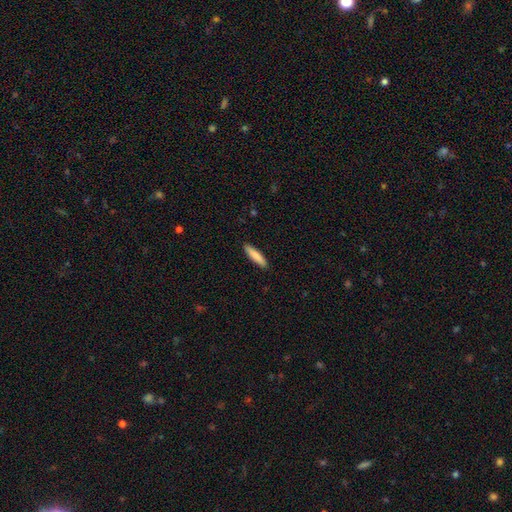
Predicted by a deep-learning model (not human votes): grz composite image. It shows a smooth galaxy with no disk features (85%) that is cigar-shaped (83%). Merging: none (91%).